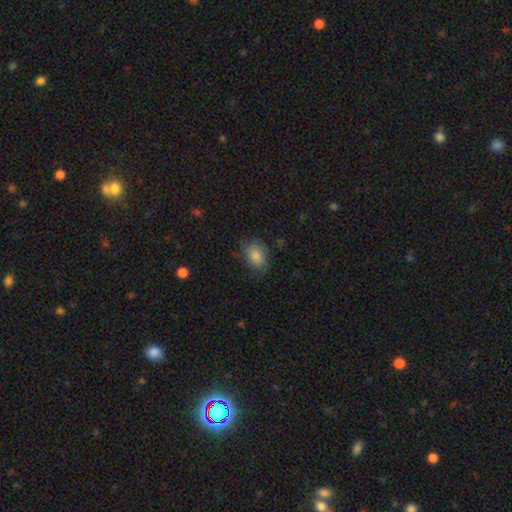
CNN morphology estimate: Overall: smooth (80%). How rounded: in between (76%). Merging: none (73%).